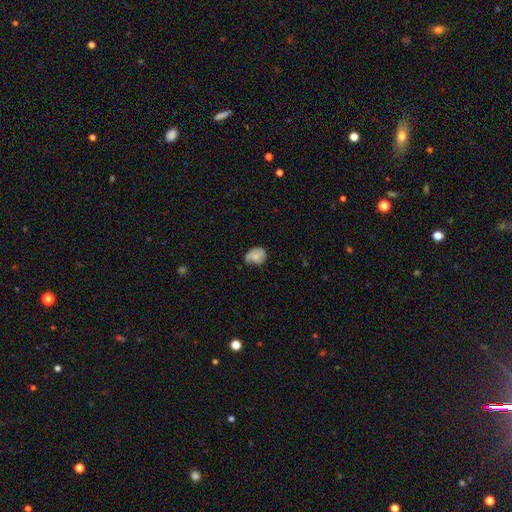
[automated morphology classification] Smooth or featured? Predicted: smooth (p=0.56). How rounded? Predicted: in between (p=0.53). Merging? Predicted: none (p=0.41).